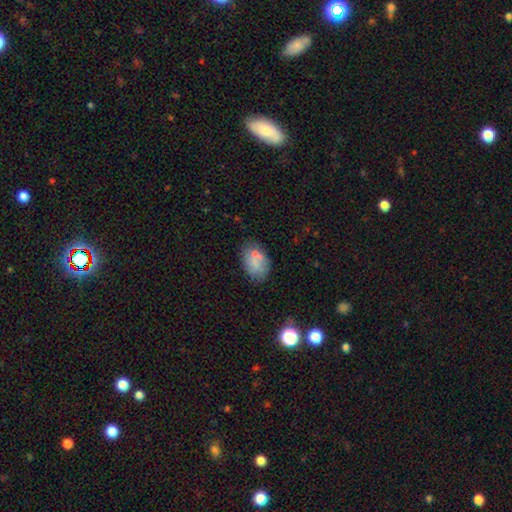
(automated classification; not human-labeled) This is likely a smooth galaxy (63%). How rounded: clearly in between (83%). Merging: likely none (64%).